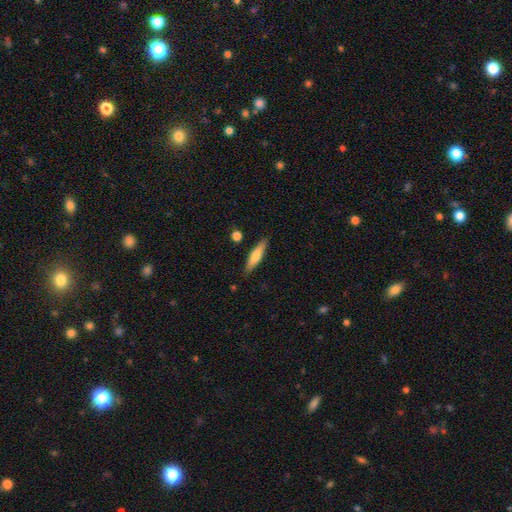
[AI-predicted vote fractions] Smooth or featured? smooth (66%)
How rounded? cigar-shaped (77%)
Merging? none (85%)